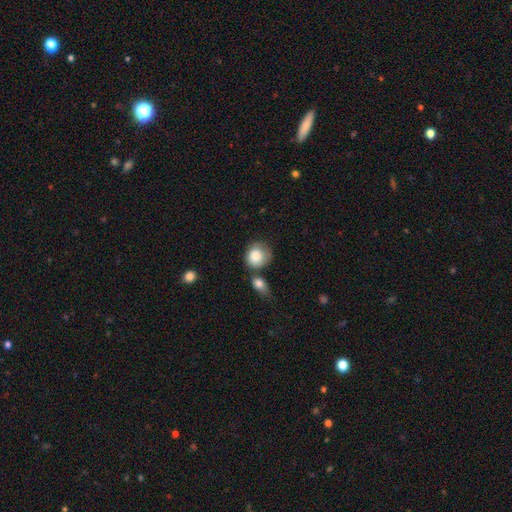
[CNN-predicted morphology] A smooth galaxy with no disk features (83%) that is round (79%).

Vote fractions:
- Smooth or featured? smooth: 83% / featured or disk: 10% / star or artifact: 7%
- How rounded? round: 79% / in between: 20% / cigar-shaped: 1%
- Merging? none: 51% / merger: 22% / minor disturbance: 20% / major disturbance: 7%